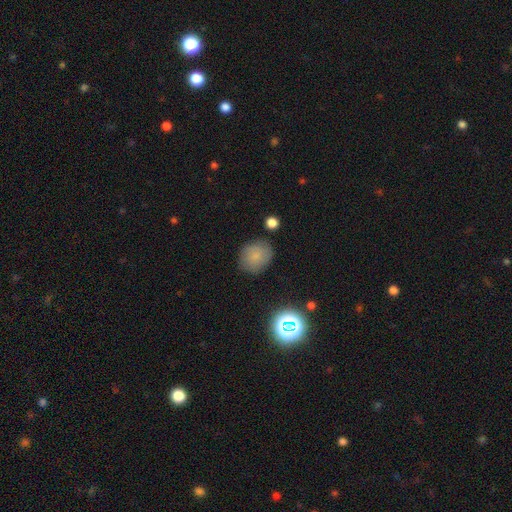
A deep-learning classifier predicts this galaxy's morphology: Q: Smooth or featured?
A: smooth (74%); runner-up: featured or disk (13%)
Q: How rounded?
A: round (70%); runner-up: in between (29%)
Q: Merging?
A: none (80%); runner-up: minor disturbance (14%)